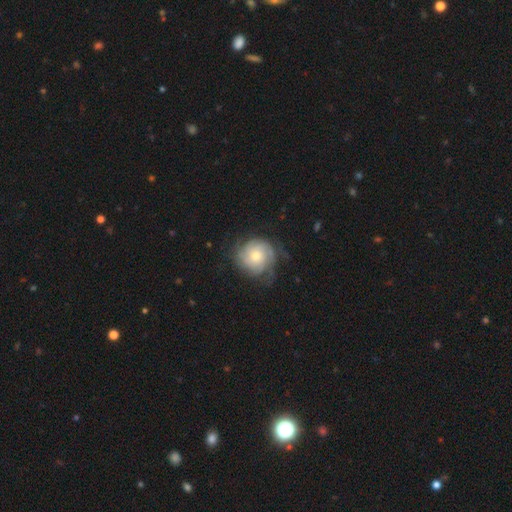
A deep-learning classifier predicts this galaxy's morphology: Smooth or featured: featured or disk — 72% (smooth — 22%)
Edge-on disk: no — 98% (yes — 2%)
Bar: no — 80% (weak — 17%)
Spiral arms: yes — 92% (no — 8%)
Spiral winding: tight — 62% (medium — 27%)
Spiral arm count: can't tell — 39% (3 — 20%)
Bulge size: moderate — 51% (small — 42%)
Merging: none — 66% (minor disturbance — 21%)